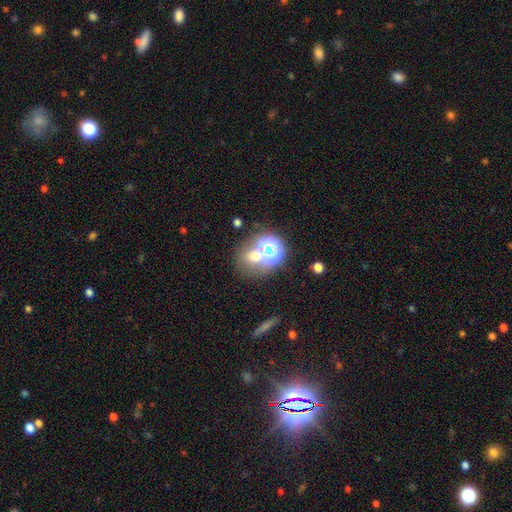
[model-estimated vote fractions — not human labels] Smooth or featured: smooth — 53% (star or artifact — 33%)
How rounded: round — 76% (in between — 23%)
Merging: none — 51% (merger — 33%)